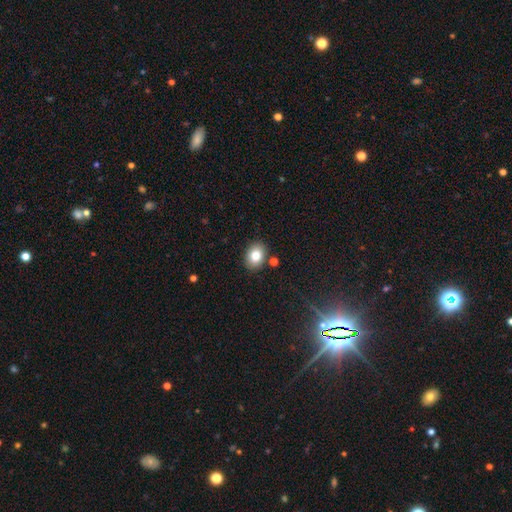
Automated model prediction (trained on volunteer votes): smooth_or_featured: smooth (p=0.81) [alt: featured or disk p=0.10]
how_rounded: in between (p=0.66) [alt: round p=0.33]
merging: none (p=0.85) [alt: minor disturbance p=0.09]